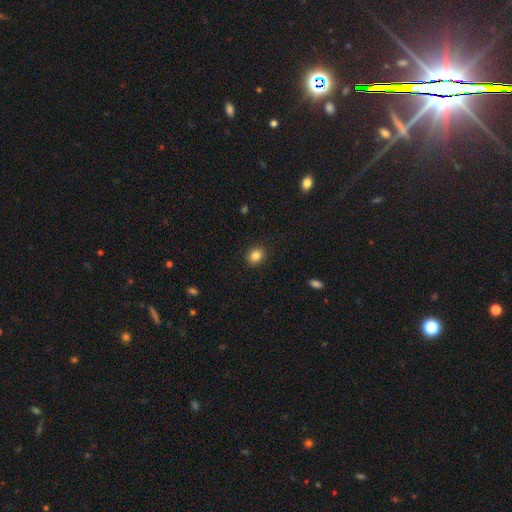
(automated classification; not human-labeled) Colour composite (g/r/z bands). It shows a smooth galaxy with no disk features (84%) that is round (66%). Merging: none (91%).